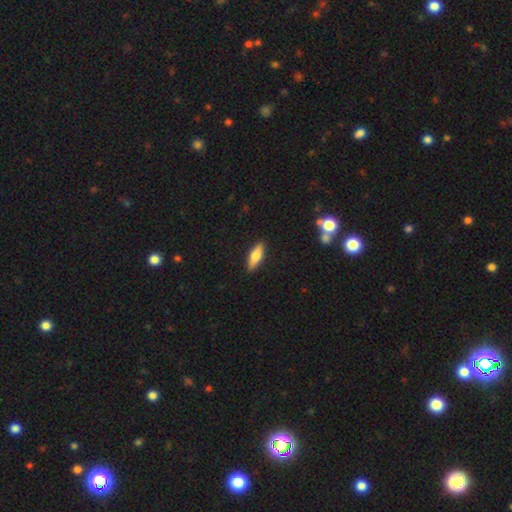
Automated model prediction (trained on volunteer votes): Smooth or featured?
  - smooth: 70% *
  - featured or disk: 23%
  - star or artifact: 6%
How rounded?
  - in between: 55% *
  - cigar-shaped: 42%
  - round: 2%
Merging?
  - none: 89% *
  - minor disturbance: 8%
  - major disturbance: 2%
  - merger: 1%